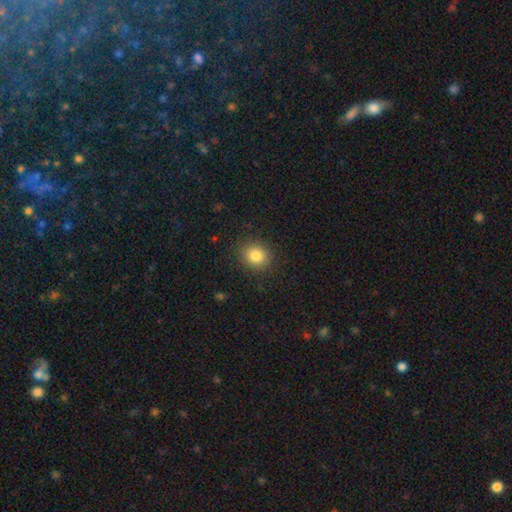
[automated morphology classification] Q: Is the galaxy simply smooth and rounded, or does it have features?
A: smooth — 83%.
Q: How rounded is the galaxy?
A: round — 78%.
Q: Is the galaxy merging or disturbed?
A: none — 88%.